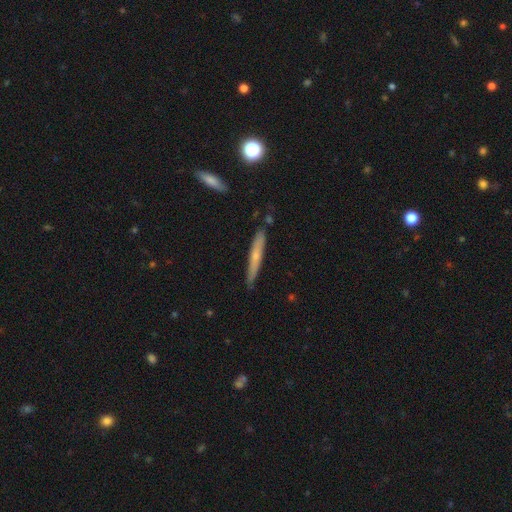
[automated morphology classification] Smooth or featured?
  - smooth: 52% *
  - featured or disk: 42%
  - star or artifact: 6%
How rounded?
  - cigar-shaped: 95% *
  - in between: 4%
  - round: 1%
Merging?
  - none: 83% *
  - minor disturbance: 13%
  - merger: 2%
  - major disturbance: 2%